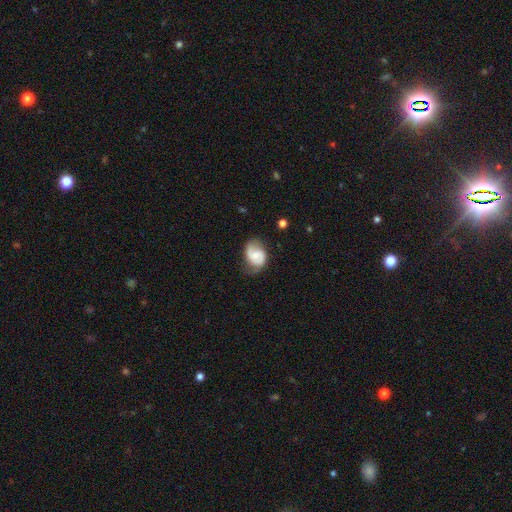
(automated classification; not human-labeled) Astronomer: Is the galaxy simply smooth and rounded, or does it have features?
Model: featured or disk — 65%.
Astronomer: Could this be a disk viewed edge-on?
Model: no — 97%.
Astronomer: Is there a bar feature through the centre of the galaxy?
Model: no — 49% (runner-up: weak, 42%).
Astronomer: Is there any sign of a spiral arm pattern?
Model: yes — 91%.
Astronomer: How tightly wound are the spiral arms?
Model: medium — 45% (runner-up: loose, 31%).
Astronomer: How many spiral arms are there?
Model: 2 — 81%.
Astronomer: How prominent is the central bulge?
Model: small — 45% (runner-up: moderate, 38%).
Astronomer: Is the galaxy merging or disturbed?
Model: none — 61%.